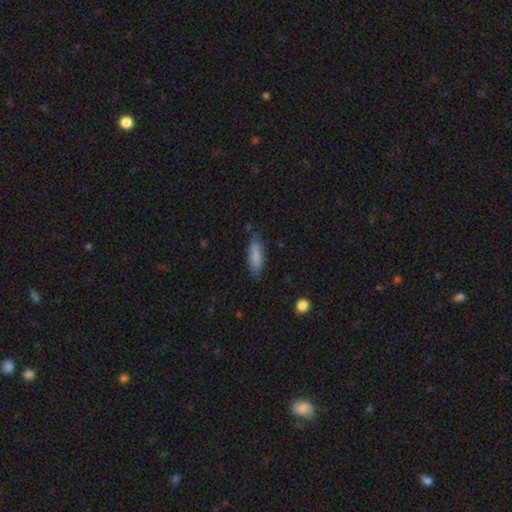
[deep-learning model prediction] This is clearly a smooth galaxy (85%). How rounded: possibly in between (50%). Merging: likely none (73%).